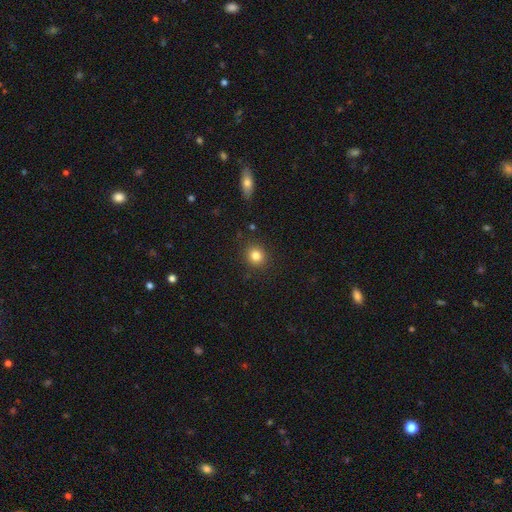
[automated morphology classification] Q: Smooth or featured?
A: smooth (83%); runner-up: star or artifact (11%)
Q: How rounded?
A: round (81%); runner-up: in between (18%)
Q: Merging?
A: none (88%); runner-up: minor disturbance (8%)